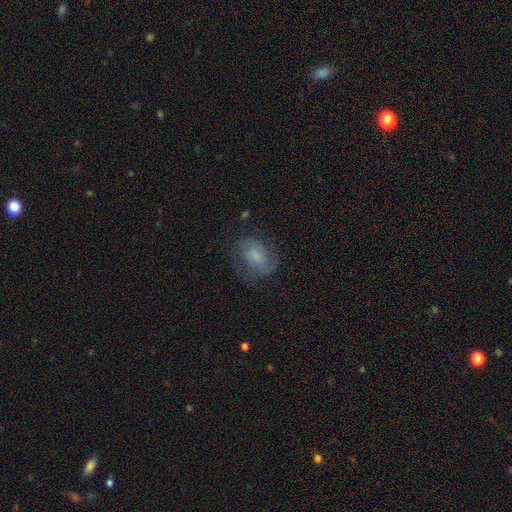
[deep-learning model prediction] Overall: featured or disk (46%; smooth 43%). Merging: none (61%; minor disturbance 22%).